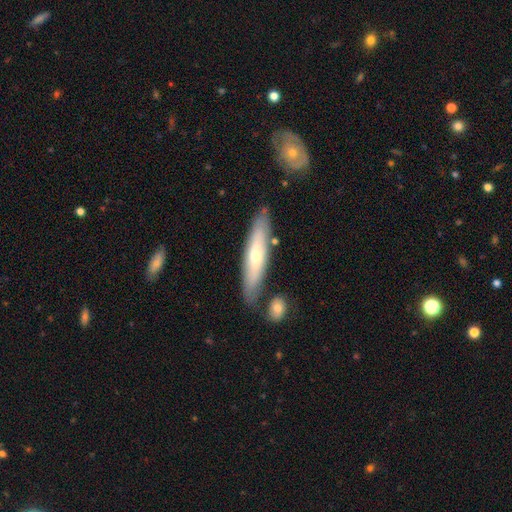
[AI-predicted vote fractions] Overall: smooth (49%; featured or disk 46%). Merging: none (81%).